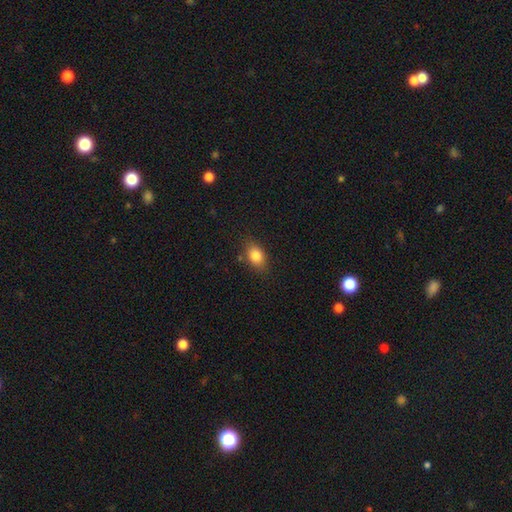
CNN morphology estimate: Overall: smooth (84%). How rounded: in between (78%). Merging: none (80%).